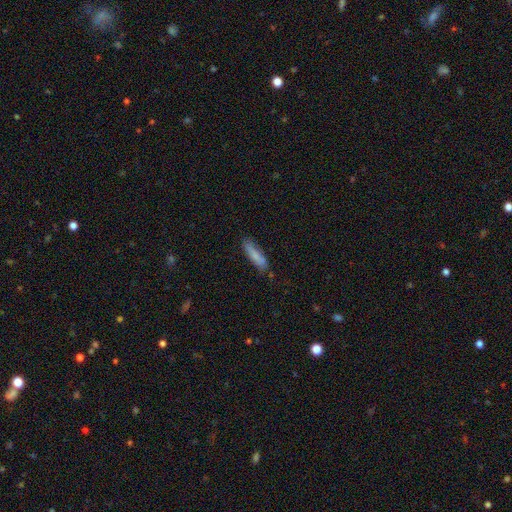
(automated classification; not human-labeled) This appears to be a smooth galaxy with no disk features (79%) that is cigar-shaped (73%). Merging: none (76%).